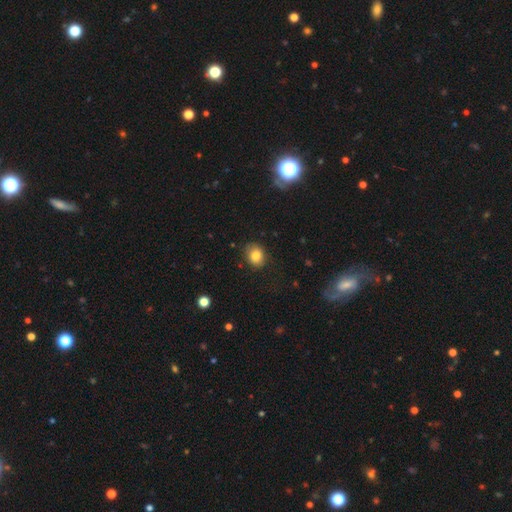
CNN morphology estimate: This appears to be a smooth galaxy with no disk features (81%) that is round (54%). Merging: none (80%).